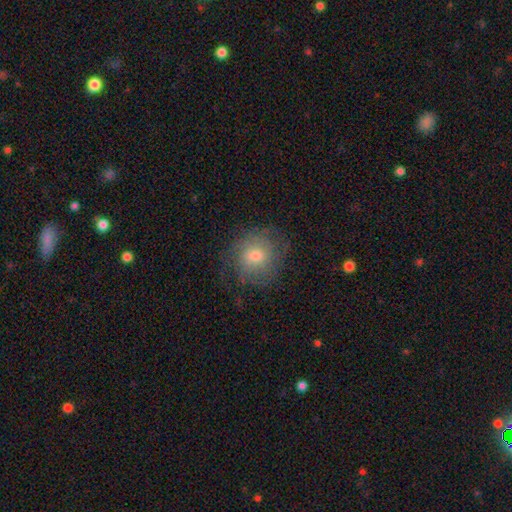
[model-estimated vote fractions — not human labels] This appears to be a smooth galaxy with no disk features (51%) that is round (81%). Merging: none (68%).